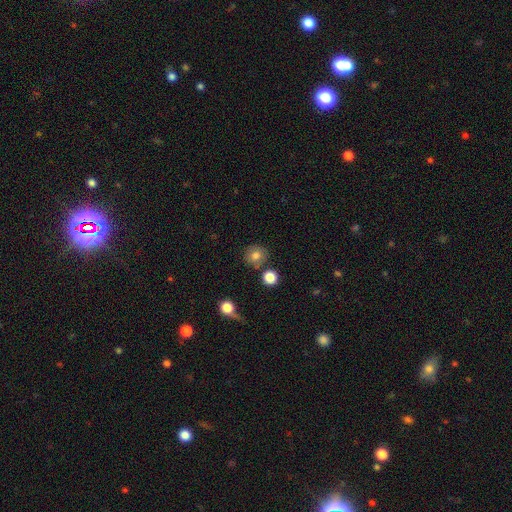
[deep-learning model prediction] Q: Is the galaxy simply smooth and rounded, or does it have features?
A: smooth — 79%.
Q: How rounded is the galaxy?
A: round — 87%.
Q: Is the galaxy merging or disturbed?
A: none — 79%.